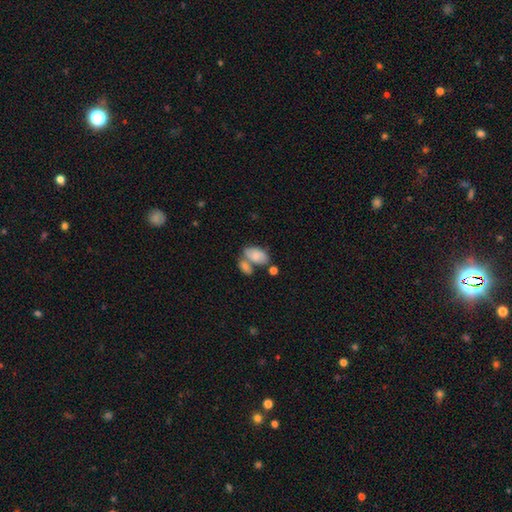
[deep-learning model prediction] smooth 76%, featured or disk 17%, star or artifact 7%. Down the decision tree: how rounded — in between (91%); merging — merger (47%).